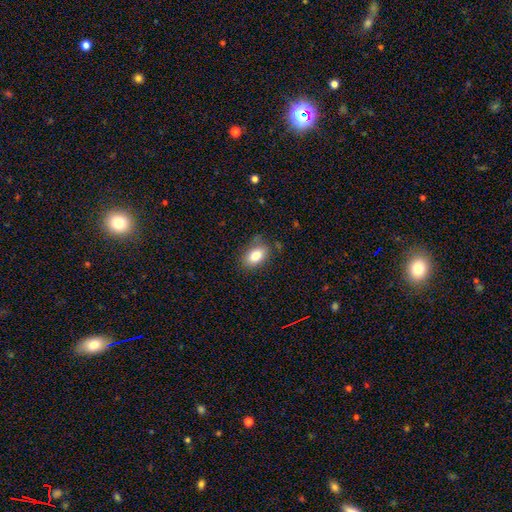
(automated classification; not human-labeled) Smooth or featured: smooth — 83% (featured or disk — 9%)
How rounded: in between — 88% (round — 10%)
Merging: none — 76% (minor disturbance — 18%)